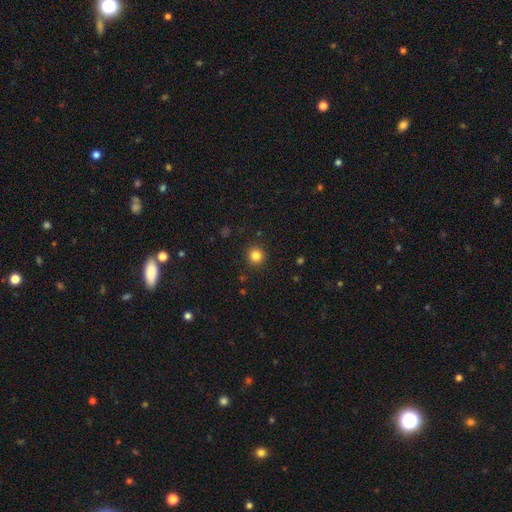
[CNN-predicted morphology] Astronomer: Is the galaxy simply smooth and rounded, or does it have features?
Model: smooth — 83%.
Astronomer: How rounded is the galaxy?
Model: round — 94%.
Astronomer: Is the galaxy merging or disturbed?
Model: none — 91%.